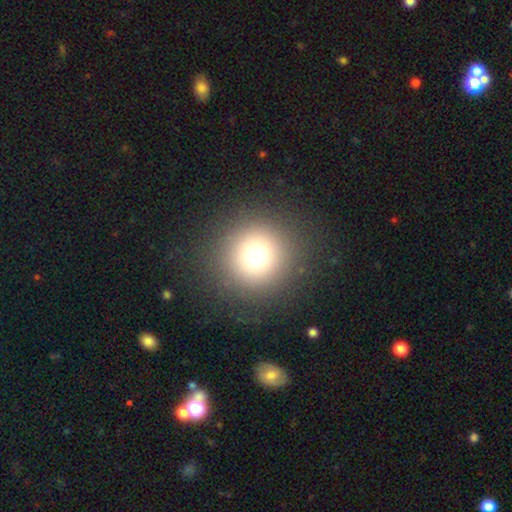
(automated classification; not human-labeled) This is likely a smooth galaxy (71%). How rounded: clearly round (96%). Merging: clearly none (90%).